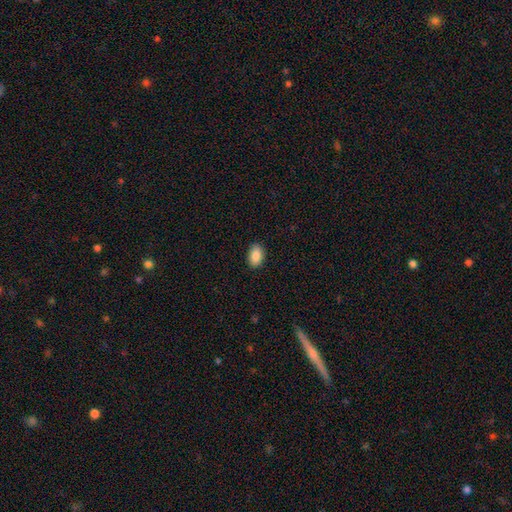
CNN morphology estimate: Smooth or featured? Predicted: smooth (p=0.88). How rounded? Predicted: in between (p=0.90). Merging? Predicted: none (p=0.89).